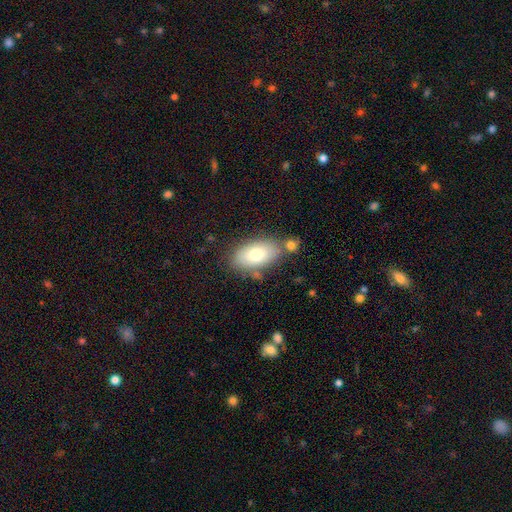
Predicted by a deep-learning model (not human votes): Q: Smooth or featured?
A: smooth (72%); runner-up: featured or disk (19%)
Q: How rounded?
A: in between (92%); runner-up: round (5%)
Q: Merging?
A: none (74%); runner-up: minor disturbance (13%)